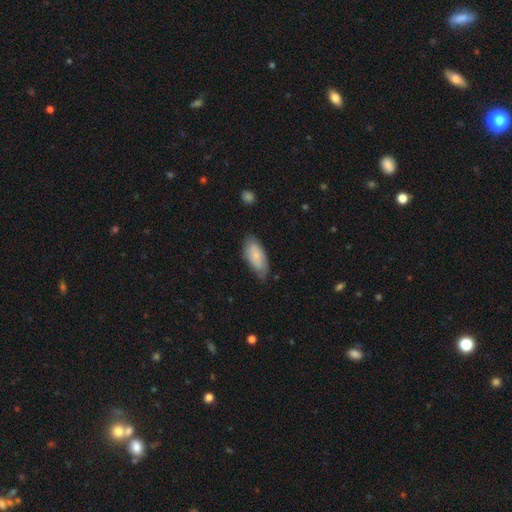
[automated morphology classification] This appears to be a smooth galaxy with no disk features (76%) that is in between round and cigar-shaped (87%). Merging: none (63%).